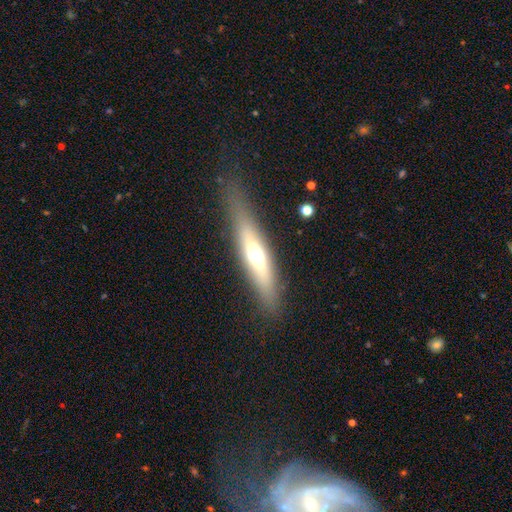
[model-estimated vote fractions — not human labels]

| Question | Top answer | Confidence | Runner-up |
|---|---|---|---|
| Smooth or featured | smooth | 47% | featured or disk (45%) |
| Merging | none | 82% | minor disturbance (12%) |